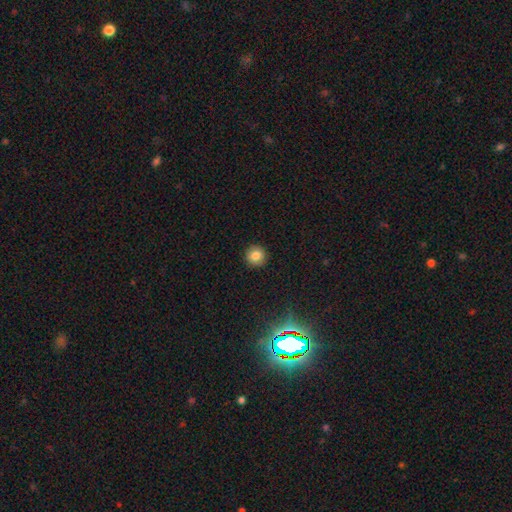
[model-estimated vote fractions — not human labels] Smooth or featured: smooth — 83% (star or artifact — 11%)
How rounded: round — 95% (in between — 5%)
Merging: none — 93% (minor disturbance — 5%)